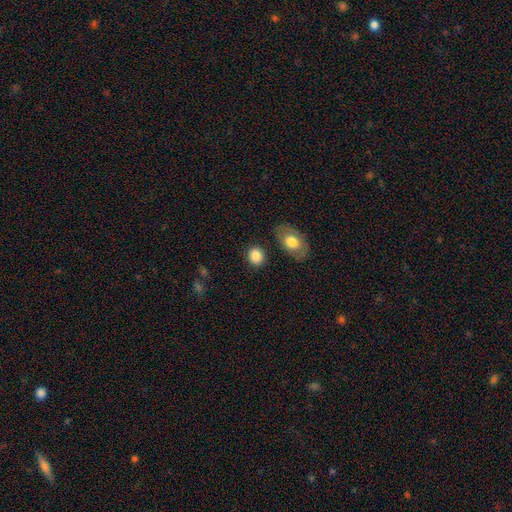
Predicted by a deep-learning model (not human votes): Overall: smooth (85%). How rounded: round (65%; in between 34%). Merging: none (82%).